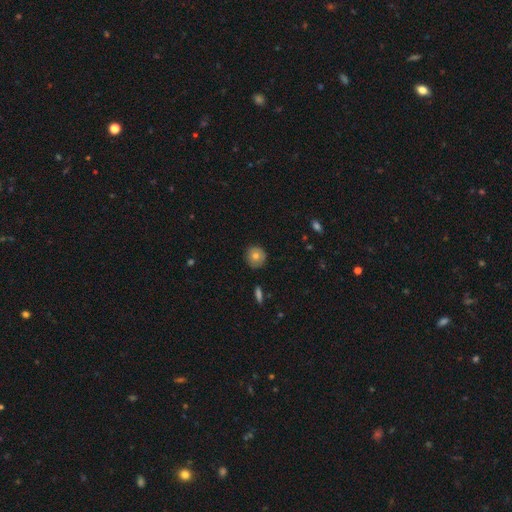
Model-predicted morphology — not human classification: This appears to be a smooth galaxy with no disk features (69%) that is round (92%). Merging: none (86%).